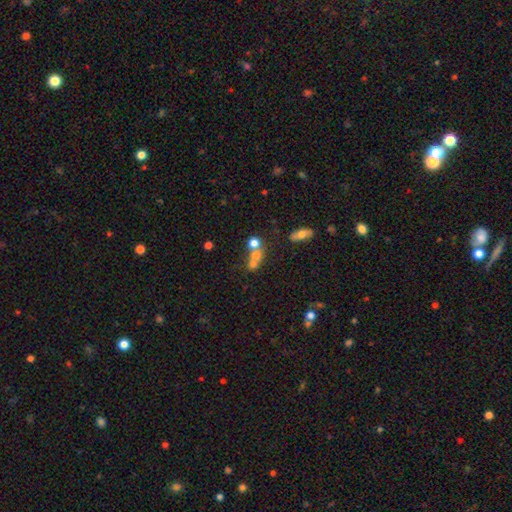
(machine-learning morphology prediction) smooth 60%, featured or disk 22%, star or artifact 18%. Down the decision tree: how rounded — round (71%); merging — merger (56%).